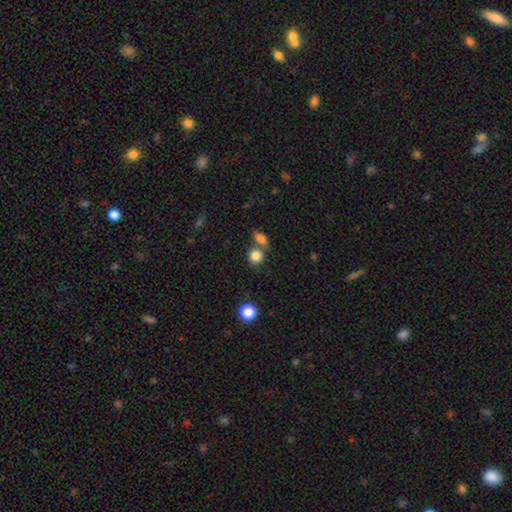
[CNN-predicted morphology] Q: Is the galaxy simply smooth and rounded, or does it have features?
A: smooth — 84%.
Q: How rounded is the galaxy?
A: round — 80%.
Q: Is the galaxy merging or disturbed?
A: none — 58%.